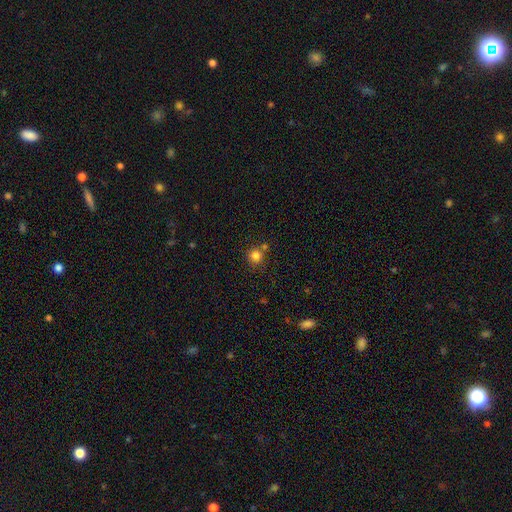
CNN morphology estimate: Smooth or featured? Predicted: smooth (p=0.81). How rounded? Predicted: round (p=0.93). Merging? Predicted: none (p=0.73).